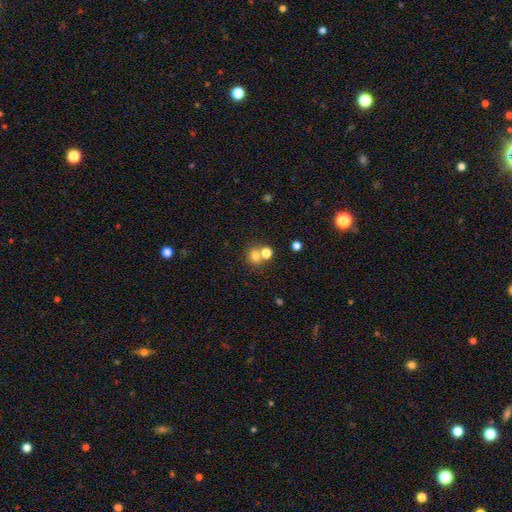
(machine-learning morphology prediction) This appears to be a smooth galaxy with no disk features (74%) that is round (78%). Merging: none (52%).